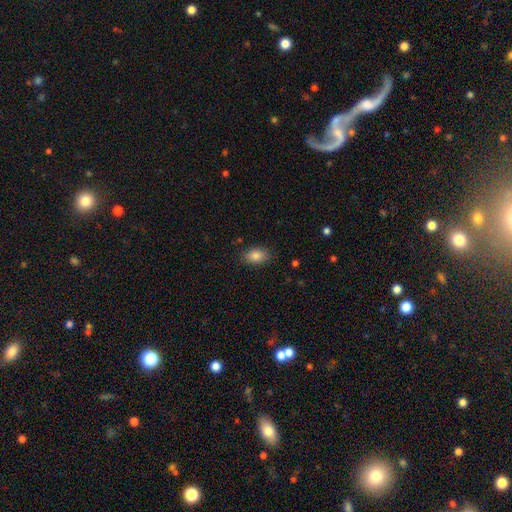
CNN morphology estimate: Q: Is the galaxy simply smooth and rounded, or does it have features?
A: smooth — 85%.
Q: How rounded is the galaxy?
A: in between — 86%.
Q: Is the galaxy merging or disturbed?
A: none — 85%.